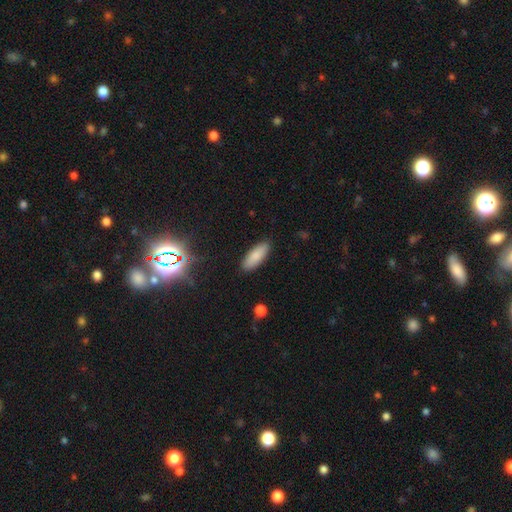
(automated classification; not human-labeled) A smooth galaxy with no disk features (85%) that is in between round and cigar-shaped (72%). Merging: none (89%).